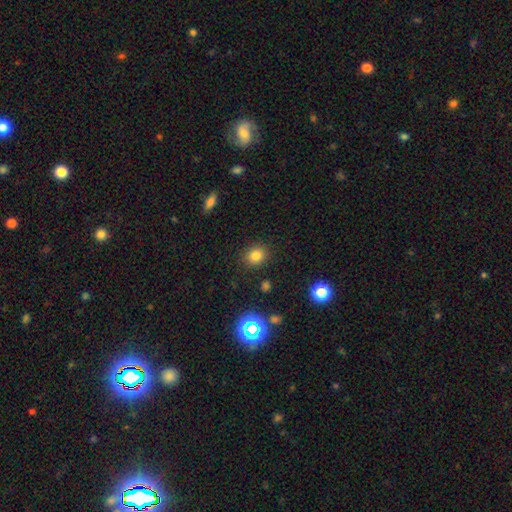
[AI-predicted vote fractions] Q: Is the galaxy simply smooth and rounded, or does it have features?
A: smooth — 80%.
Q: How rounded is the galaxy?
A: round — 65%.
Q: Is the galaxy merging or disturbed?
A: none — 87%.